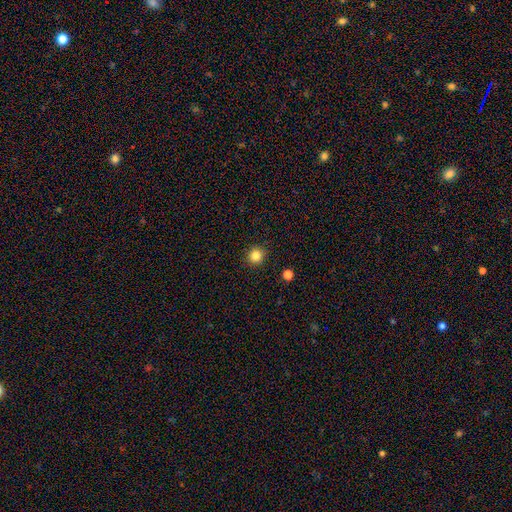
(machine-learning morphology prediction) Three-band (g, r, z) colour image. It shows a smooth galaxy with no disk features (84%) that is round (93%). Merging: none (92%).